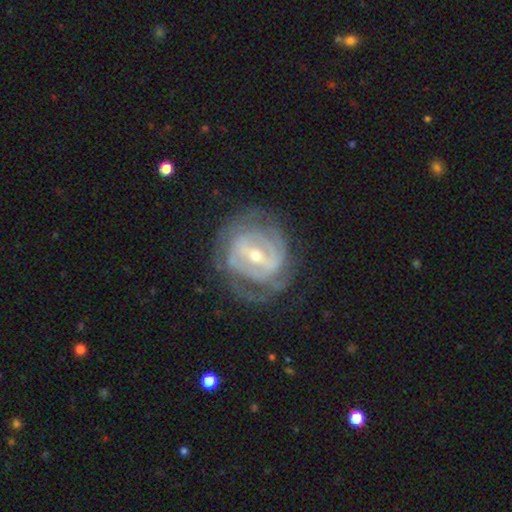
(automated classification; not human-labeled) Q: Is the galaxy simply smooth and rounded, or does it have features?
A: featured or disk — 86%.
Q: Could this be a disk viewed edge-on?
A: no — 96%.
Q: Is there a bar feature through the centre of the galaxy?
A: strong — 48%.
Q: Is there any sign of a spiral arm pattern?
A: yes — 87%.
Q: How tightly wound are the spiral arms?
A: tight — 63%.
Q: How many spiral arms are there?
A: can't tell — 36%.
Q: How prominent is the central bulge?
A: small — 49%.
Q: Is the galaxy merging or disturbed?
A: none — 70%.